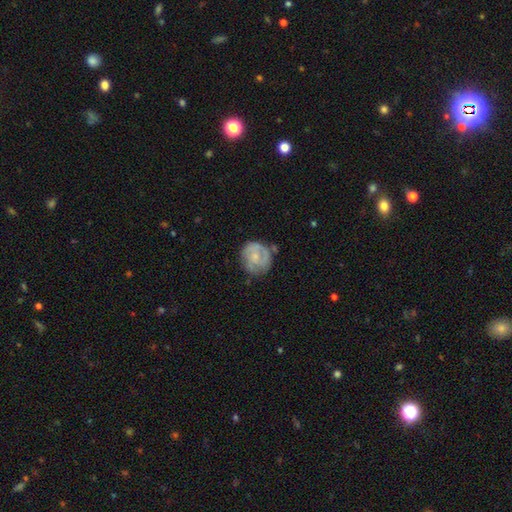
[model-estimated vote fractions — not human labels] This appears to be a featured or disk galaxy (57%) with no bar (72%), spiral arms (71%) and a small central bulge (54%). Merging: none (64%).